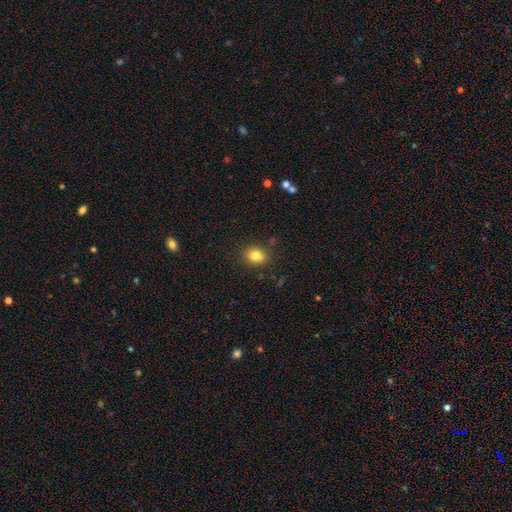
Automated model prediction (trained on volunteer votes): Smooth or featured?
  - smooth: 82% *
  - star or artifact: 11%
  - featured or disk: 7%
How rounded?
  - in between: 52% *
  - round: 47%
  - cigar-shaped: 1%
Merging?
  - none: 84% *
  - minor disturbance: 11%
  - major disturbance: 3%
  - merger: 2%